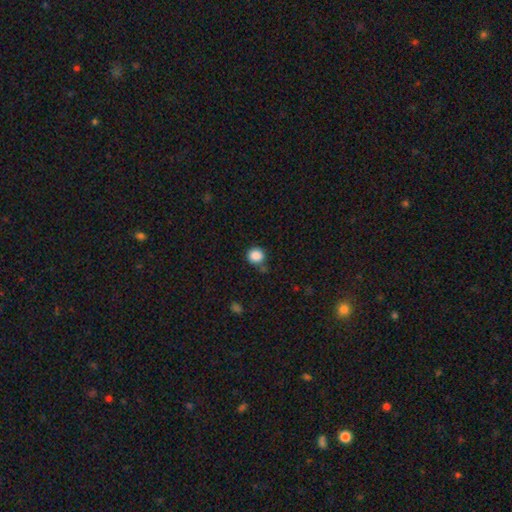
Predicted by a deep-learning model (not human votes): smooth 87%, star or artifact 10%, featured or disk 3%. Down the decision tree: how rounded — round (89%); merging — none (74%).